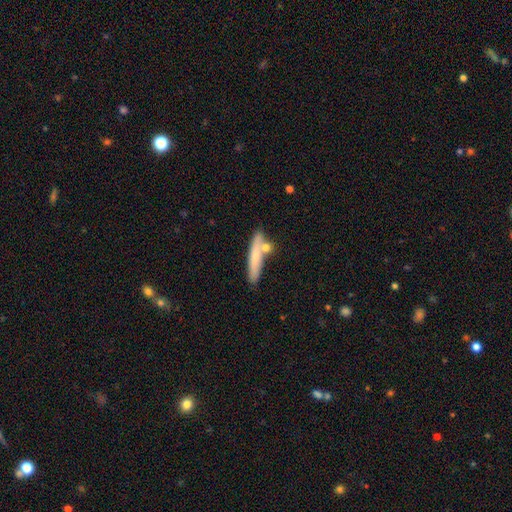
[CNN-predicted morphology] This appears to be a smooth galaxy with no disk features (67%) that is cigar-shaped (88%). Merging: none (68%).